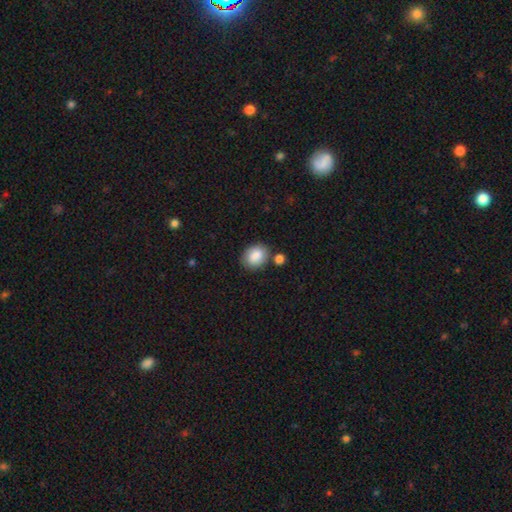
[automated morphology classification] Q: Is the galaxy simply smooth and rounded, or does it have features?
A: smooth — 85%.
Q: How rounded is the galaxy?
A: in between — 61%.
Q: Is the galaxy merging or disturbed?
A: none — 73%.